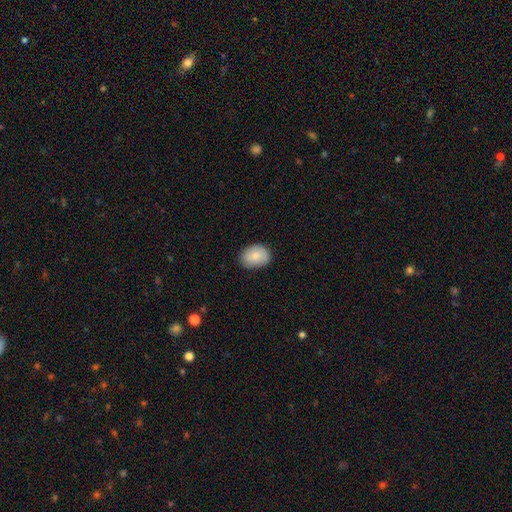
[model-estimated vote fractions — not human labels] Q: Smooth or featured?
A: smooth (82%); runner-up: featured or disk (11%)
Q: How rounded?
A: in between (69%); runner-up: round (30%)
Q: Merging?
A: none (77%); runner-up: minor disturbance (19%)